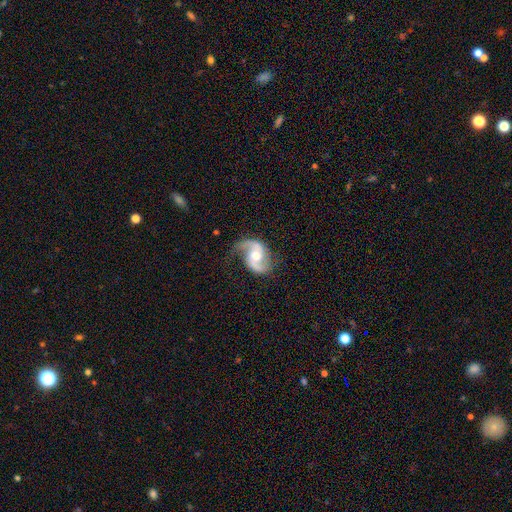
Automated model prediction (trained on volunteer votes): Overall: featured or disk (91%). Edge-on disk: no (98%). Bar: no (49%; weak 39%). Spiral arms: yes (98%). Spiral arm count: 2 (93%). Spiral winding: medium (46%; loose 44%). Bulge size: moderate (72%). Merging: none (72%).